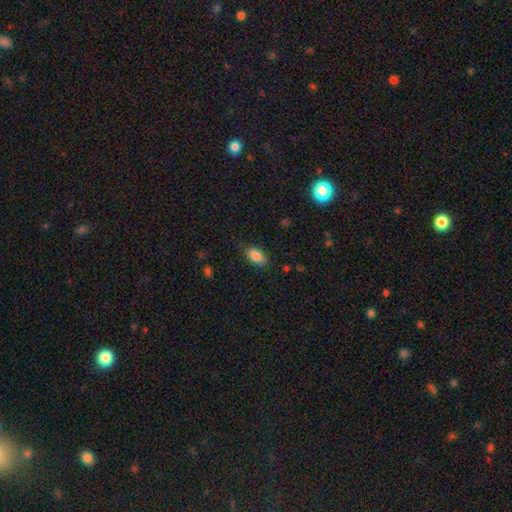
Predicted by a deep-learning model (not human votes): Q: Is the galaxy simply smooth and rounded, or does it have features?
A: smooth — 85%.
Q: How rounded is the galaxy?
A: in between — 91%.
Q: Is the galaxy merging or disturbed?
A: none — 79%.